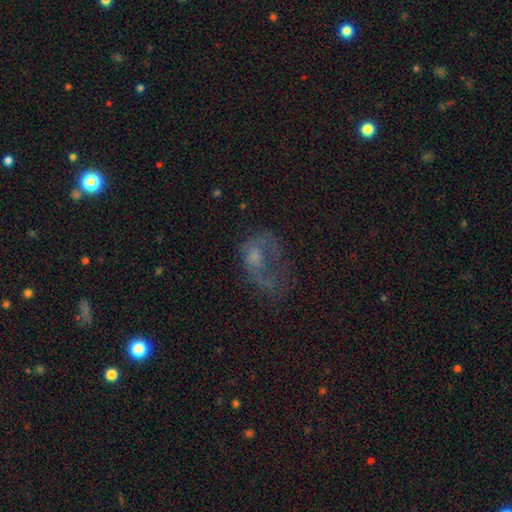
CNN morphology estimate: This is possibly a featured or disk galaxy (48%). Merging: possibly major disturbance (55%).